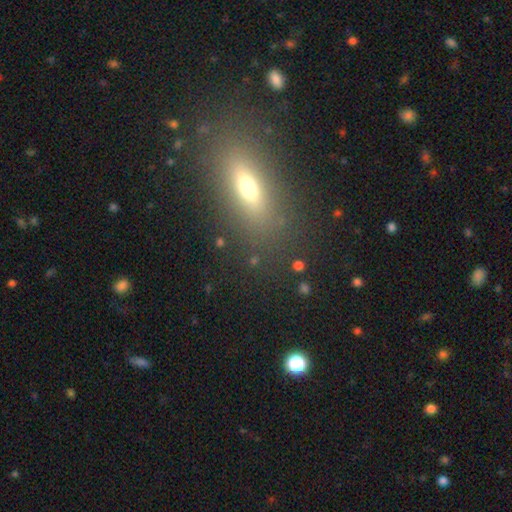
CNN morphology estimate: This is possibly a smooth galaxy (58%). How rounded: possibly in between (58%). Merging: clearly none (84%).